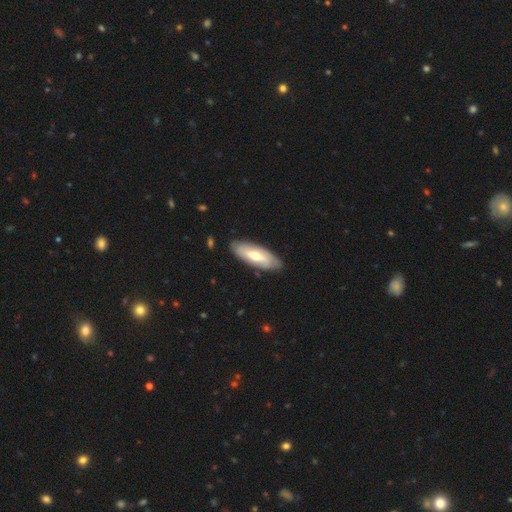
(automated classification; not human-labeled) featured or disk 50%, smooth 45%, star or artifact 5%. Down the decision tree: merging — none (84%).